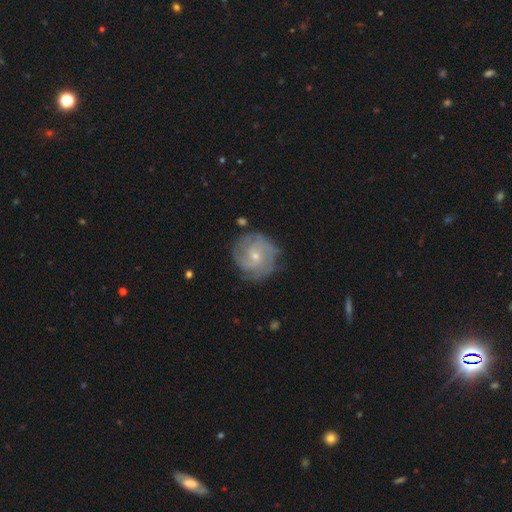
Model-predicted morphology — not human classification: type=featured or disk (77%); edge-on=no (98%); bar=no (69%); spiral arms=yes (91%); winding=tight (56%); arm count=can't tell (32%); bulge=small (71%); merging=none (76%).